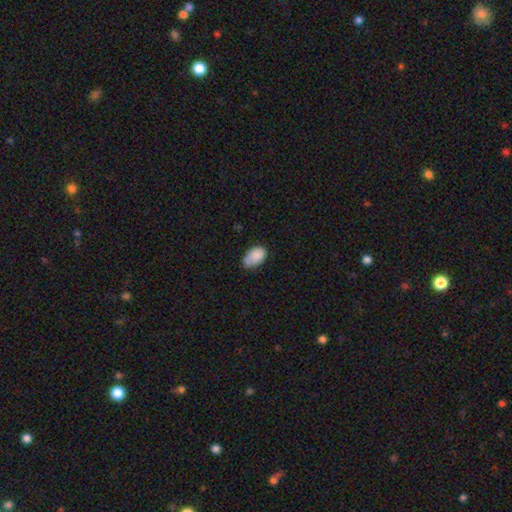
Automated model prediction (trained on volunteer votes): Smooth or featured? Predicted: smooth (p=0.83). How rounded? Predicted: in between (p=0.90). Merging? Predicted: none (p=0.56).